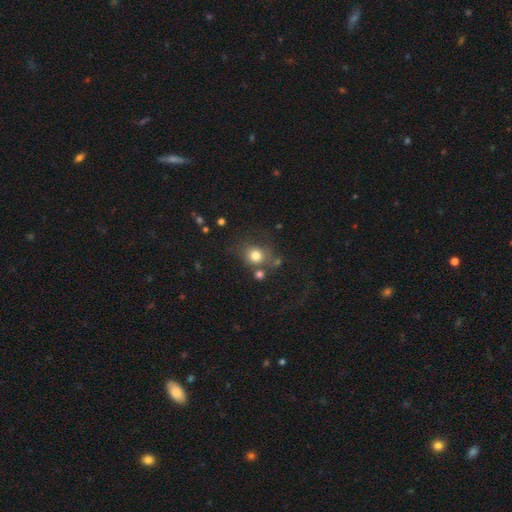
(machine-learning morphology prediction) smooth_or_featured: smooth (p=0.78) [alt: star or artifact p=0.12]
how_rounded: round (p=0.81) [alt: in between p=0.18]
merging: none (p=0.63) [alt: minor disturbance p=0.16]